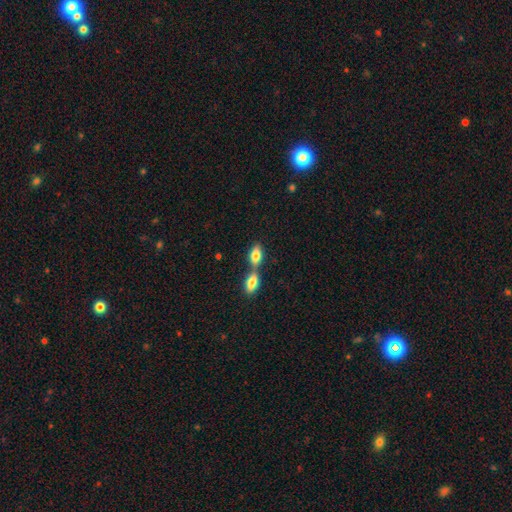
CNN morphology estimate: Smooth or featured? Predicted: smooth (p=0.79). How rounded? Predicted: in between (p=0.87). Merging? Predicted: merger (p=0.59).